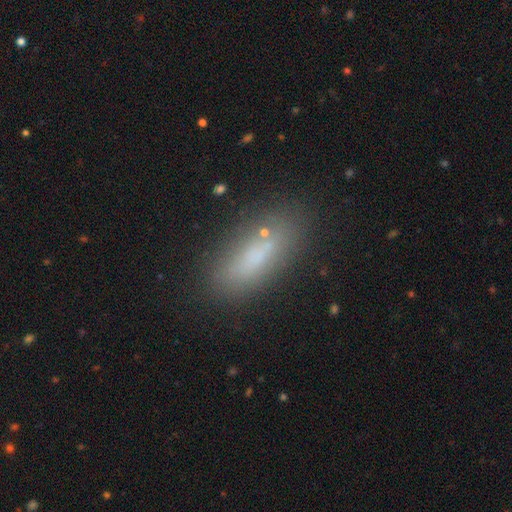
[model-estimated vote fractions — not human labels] A smooth galaxy with no disk features (72%) that is in between round and cigar-shaped (59%).

Vote fractions:
- Smooth or featured? smooth: 72% / featured or disk: 17% / star or artifact: 11%
- How rounded? in between: 59% / cigar-shaped: 38% / round: 3%
- Merging? none: 77% / minor disturbance: 15% / major disturbance: 5% / merger: 4%